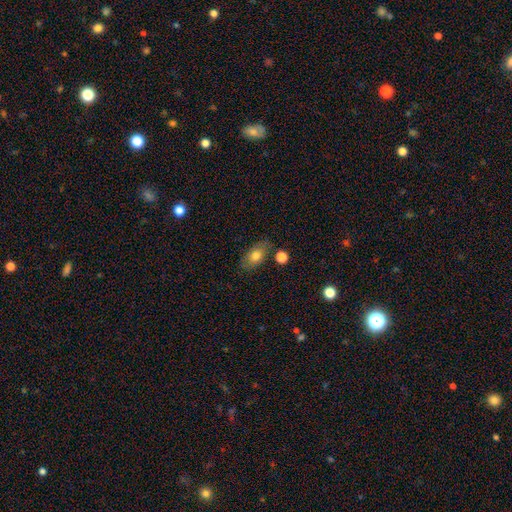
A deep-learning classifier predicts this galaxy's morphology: type=smooth (74%); roundness=in between (87%); merging=none (75%).